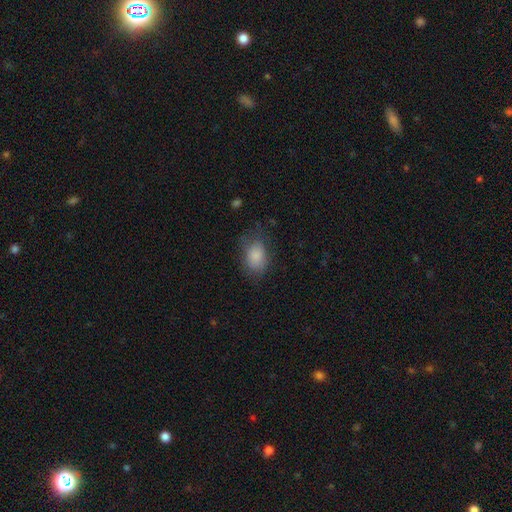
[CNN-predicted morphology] The model was most divided on "merging": none: 66%, minor disturbance: 23%, major disturbance: 10%, merger: 1%. More confident: smooth or featured — smooth (85%); how rounded — in between (76%).